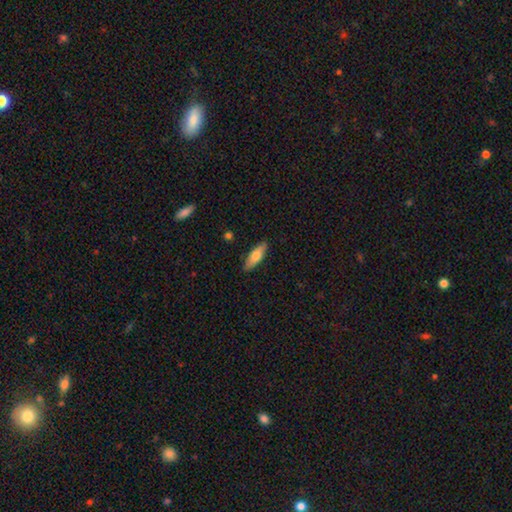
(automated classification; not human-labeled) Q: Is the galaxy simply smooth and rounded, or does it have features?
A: smooth — 71%.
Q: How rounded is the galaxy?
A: in between — 54%.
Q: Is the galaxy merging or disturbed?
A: none — 88%.